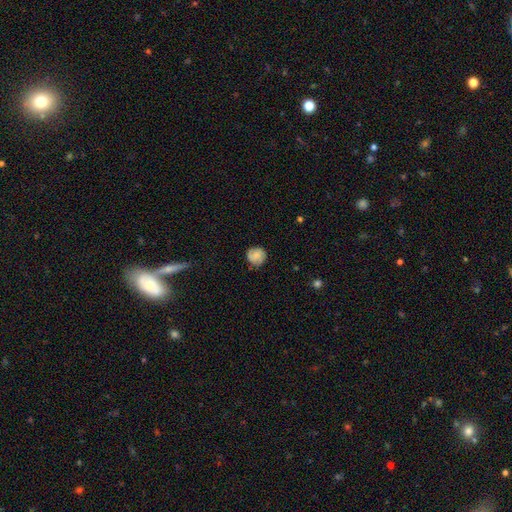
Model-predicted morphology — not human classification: A smooth galaxy with no disk features (54%) that is round (85%).

Vote fractions:
- Smooth or featured? smooth: 54% / featured or disk: 38% / star or artifact: 8%
- How rounded? round: 85% / in between: 14% / cigar-shaped: 1%
- Merging? none: 75% / minor disturbance: 19% / major disturbance: 5% / merger: 1%